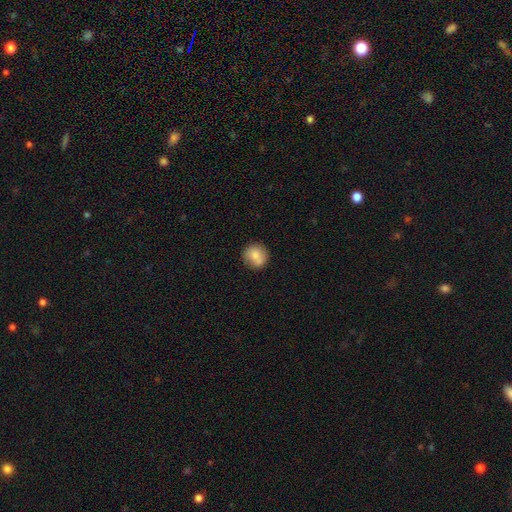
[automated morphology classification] A smooth galaxy with no disk features (78%) that is round (90%).

Vote fractions:
- Smooth or featured? smooth: 78% / featured or disk: 13% / star or artifact: 8%
- How rounded? round: 90% / in between: 9% / cigar-shaped: 1%
- Merging? none: 73% / minor disturbance: 14% / merger: 10% / major disturbance: 3%